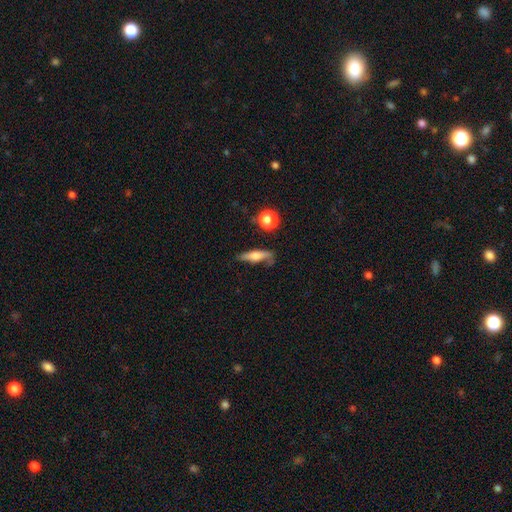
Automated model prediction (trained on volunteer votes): Smooth or featured?
  - smooth: 53% *
  - featured or disk: 39%
  - star or artifact: 8%
How rounded?
  - cigar-shaped: 66% *
  - in between: 29%
  - round: 5%
Merging?
  - none: 64% *
  - minor disturbance: 23%
  - major disturbance: 9%
  - merger: 4%